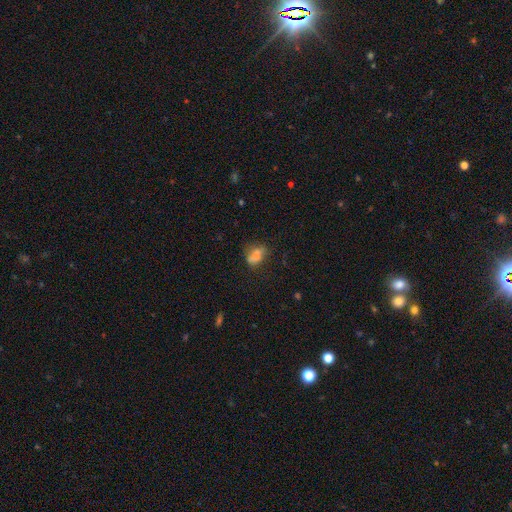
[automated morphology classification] The model was most divided on "merging": none: 44%, minor disturbance: 27%, major disturbance: 16%, merger: 12%. More confident: how rounded — in between (76%); smooth or featured — smooth (71%).